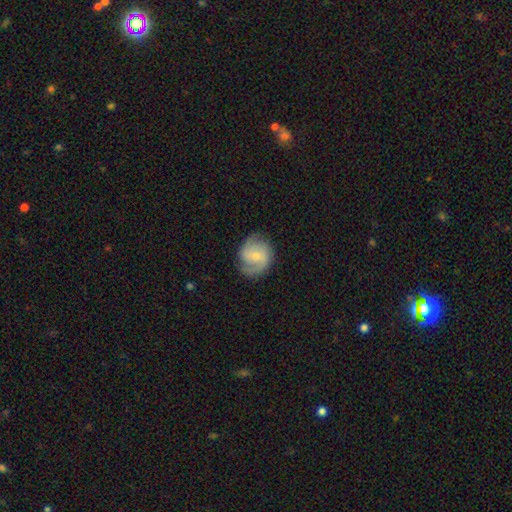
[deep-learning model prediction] Smooth or featured? featured or disk (72%)
Edge-on disk? no (98%)
Bar? no (48%)
Spiral arms? yes (94%)
Spiral winding? medium (49%)
Spiral arm count? 2 (69%)
Bulge size? small (65%)
Merging? none (77%)